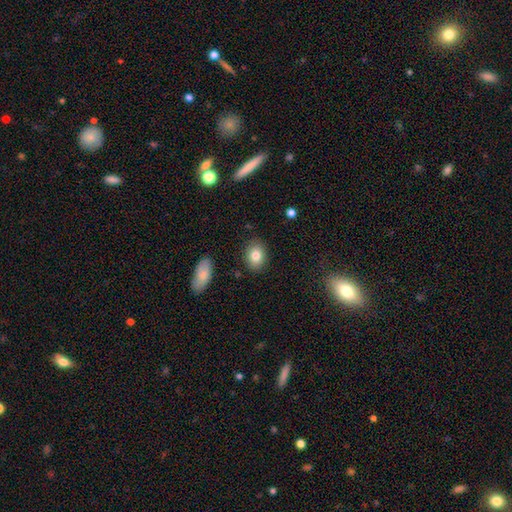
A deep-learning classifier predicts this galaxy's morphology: Overall: smooth (83%). How rounded: in between (70%). Merging: none (86%).